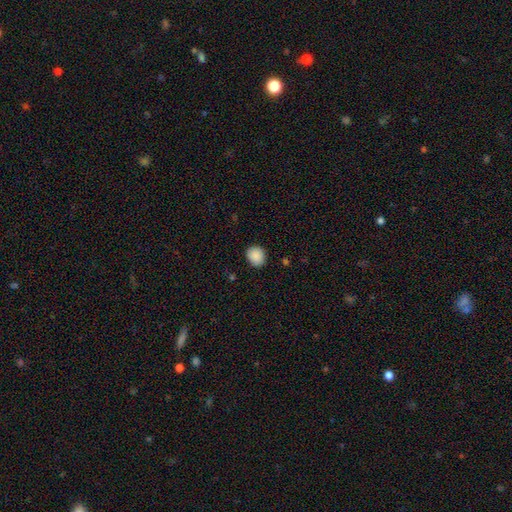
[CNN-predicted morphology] Smooth or featured?
  - smooth: 89% *
  - star or artifact: 8%
  - featured or disk: 3%
How rounded?
  - round: 70% *
  - in between: 29%
  - cigar-shaped: 1%
Merging?
  - none: 88% *
  - minor disturbance: 8%
  - major disturbance: 2%
  - merger: 1%